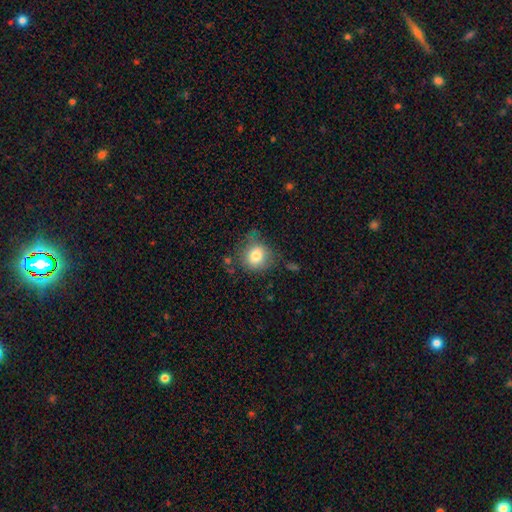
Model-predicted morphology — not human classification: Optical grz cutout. It shows a smooth galaxy with no disk features (78%) that is round (80%). Merging: none (64%).